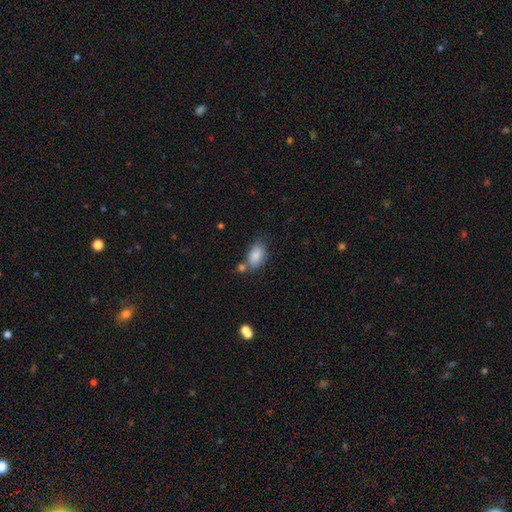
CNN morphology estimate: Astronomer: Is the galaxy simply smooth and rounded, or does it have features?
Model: smooth — 86%.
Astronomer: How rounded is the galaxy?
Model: in between — 88%.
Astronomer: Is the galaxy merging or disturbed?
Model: none — 59%.